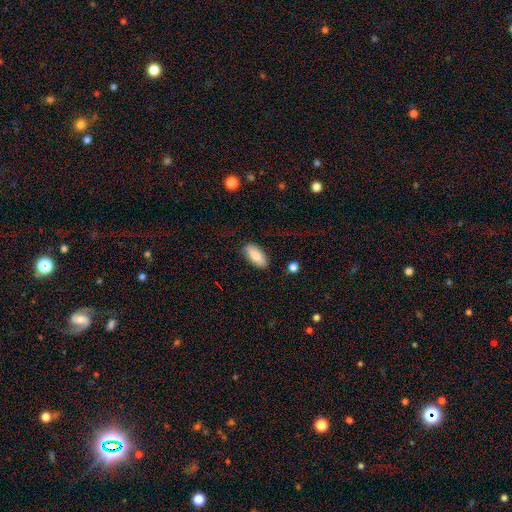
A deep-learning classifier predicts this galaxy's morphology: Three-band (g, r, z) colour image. It shows a smooth galaxy with no disk features (80%) that is in between round and cigar-shaped (86%). Merging: none (85%).